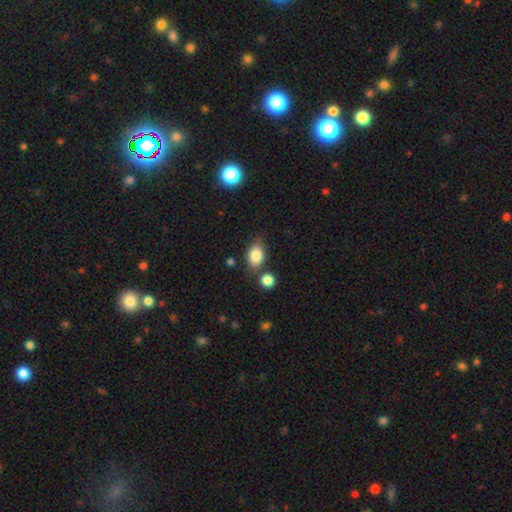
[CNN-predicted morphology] Q: Smooth or featured?
A: smooth (84%); runner-up: star or artifact (8%)
Q: How rounded?
A: in between (81%); runner-up: round (17%)
Q: Merging?
A: none (68%); runner-up: minor disturbance (16%)